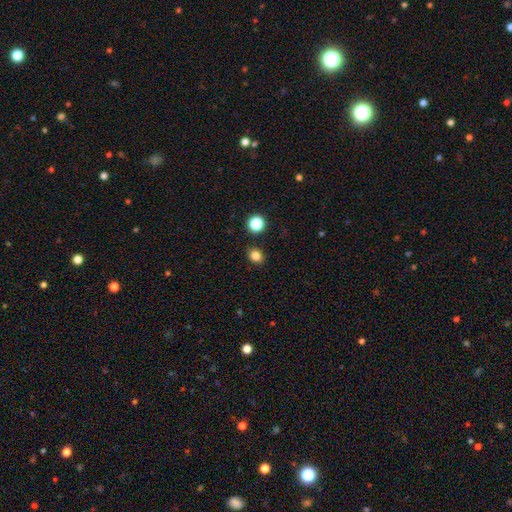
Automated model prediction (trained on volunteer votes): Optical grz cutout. It shows a smooth galaxy with no disk features (81%) that is round (65%). Merging: none (87%).